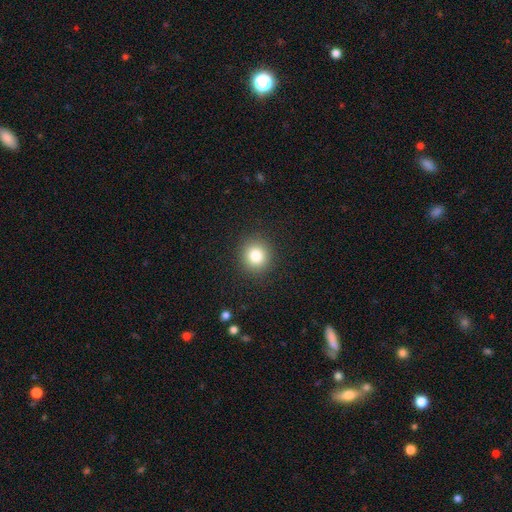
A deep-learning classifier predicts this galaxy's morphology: smooth 81%, star or artifact 11%, featured or disk 7%. Down the decision tree: how rounded — round (89%); merging — none (90%).